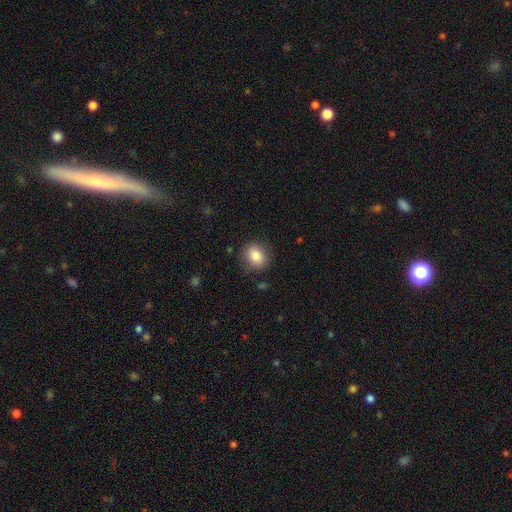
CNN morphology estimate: type=smooth (84%); roundness=round (54%); merging=none (84%).